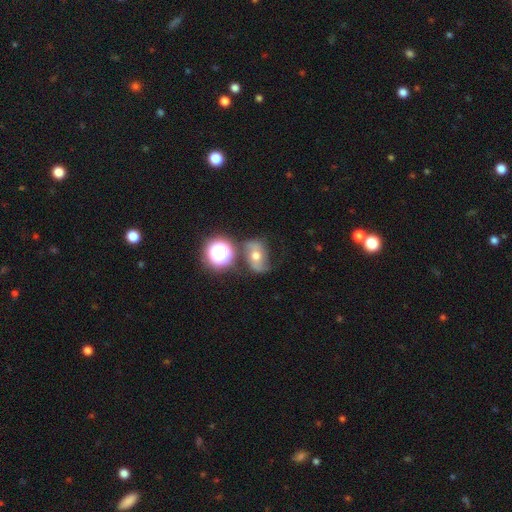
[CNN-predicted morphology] This is possibly a featured or disk galaxy (53%). It is clearly not viewed edge-on (96%). Bar: possibly no (58%). Spiral arm pattern: likely yes (79%). Central bulge: likely moderate (70%). Merging: possibly none (57%).